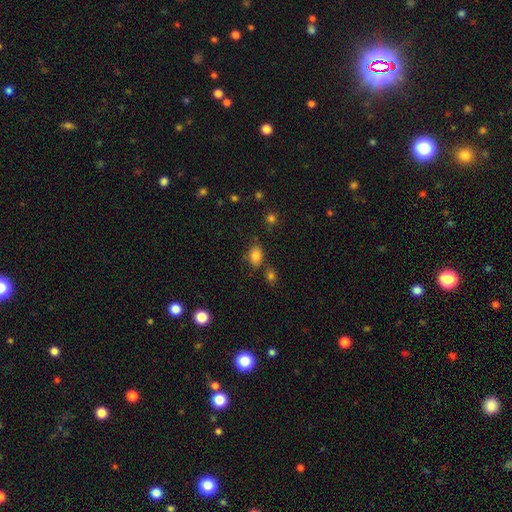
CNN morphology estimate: This is clearly a smooth galaxy (82%). How rounded: likely in between (72%). Merging: likely none (72%).